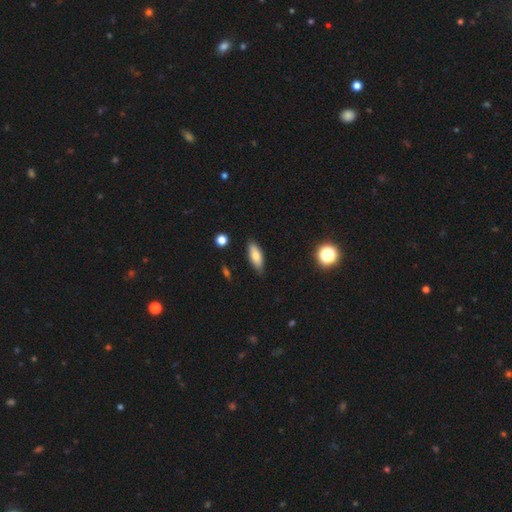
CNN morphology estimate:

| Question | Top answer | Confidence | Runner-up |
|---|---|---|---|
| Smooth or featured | smooth | 76% | featured or disk (17%) |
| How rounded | in between | 68% | cigar-shaped (30%) |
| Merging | none | 86% | minor disturbance (11%) |